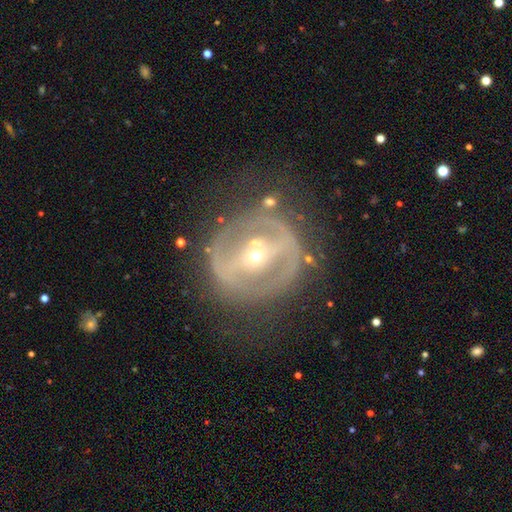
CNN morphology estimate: Q: Smooth or featured?
A: featured or disk (79%); runner-up: smooth (14%)
Q: Edge-on disk?
A: no (93%); runner-up: yes (7%)
Q: Bar?
A: strong (52%); runner-up: weak (26%)
Q: Spiral arms?
A: no (56%); runner-up: yes (44%)
Q: Bulge size?
A: small (68%); runner-up: moderate (29%)
Q: Merging?
A: none (66%); runner-up: minor disturbance (17%)